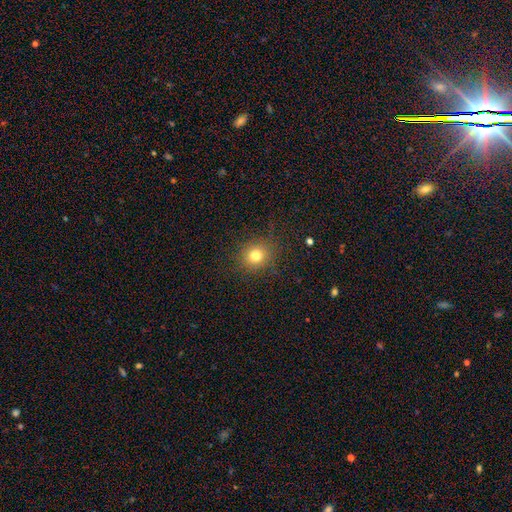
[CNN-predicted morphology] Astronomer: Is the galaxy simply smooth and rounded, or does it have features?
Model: smooth — 77%.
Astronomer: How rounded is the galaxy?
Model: round — 87%.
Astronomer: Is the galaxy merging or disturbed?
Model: none — 88%.